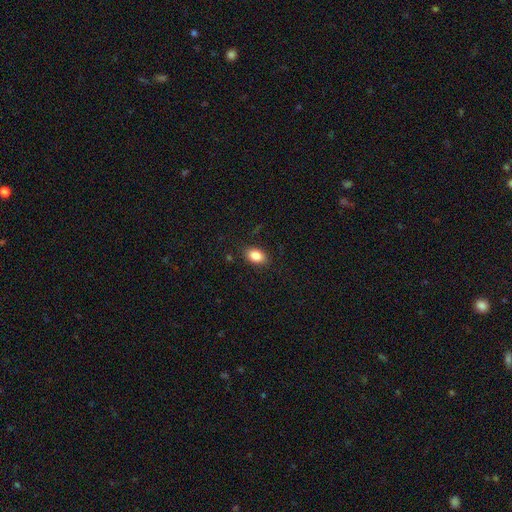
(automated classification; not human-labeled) smooth 86%, star or artifact 8%, featured or disk 5%. Down the decision tree: how rounded — in between (86%); merging — none (86%).